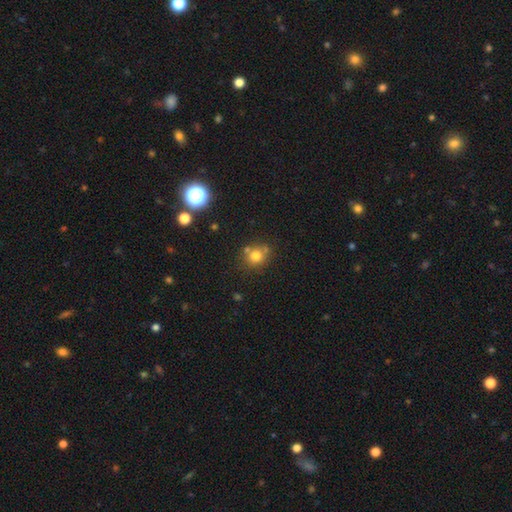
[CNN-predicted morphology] Smooth or featured? smooth (76%)
How rounded? round (80%)
Merging? none (65%)